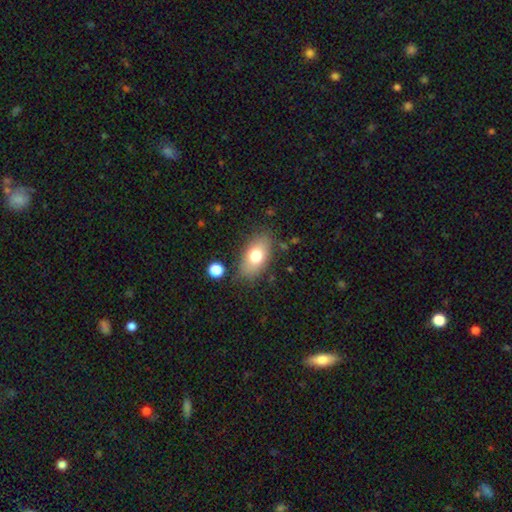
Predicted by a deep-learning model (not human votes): A smooth galaxy with no disk features (73%) that is in between round and cigar-shaped (88%).

Vote fractions:
- Smooth or featured? smooth: 73% / featured or disk: 18% / star or artifact: 8%
- How rounded? in between: 88% / round: 8% / cigar-shaped: 4%
- Merging? none: 78% / minor disturbance: 14% / major disturbance: 4% / merger: 3%